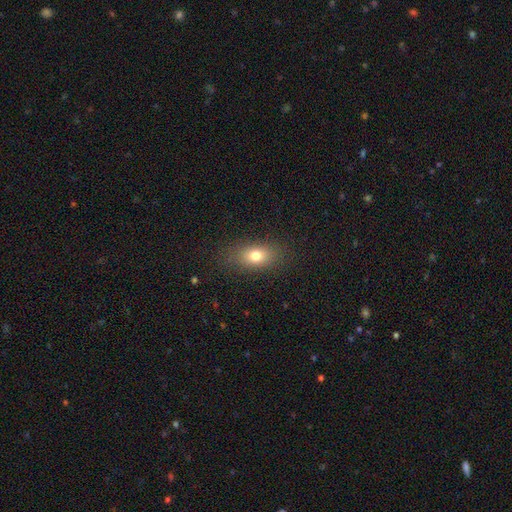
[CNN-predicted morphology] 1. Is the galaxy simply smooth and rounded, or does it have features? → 77% smooth, 12% featured or disk, 11% star or artifact.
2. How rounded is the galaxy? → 79% in between, 16% round, 5% cigar-shaped.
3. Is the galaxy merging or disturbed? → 84% none, 11% minor disturbance, 4% major disturbance, 1% merger.